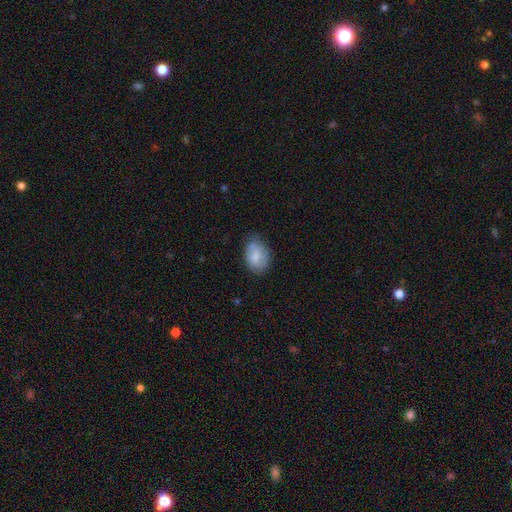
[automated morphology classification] smooth-or-featured: smooth: 73% | featured or disk: 20% | star or artifact: 7%
  how-rounded: in between: 80% | round: 18% | cigar-shaped: 1%
  merging: none: 62% | minor disturbance: 30% | major disturbance: 7% | merger: 1%